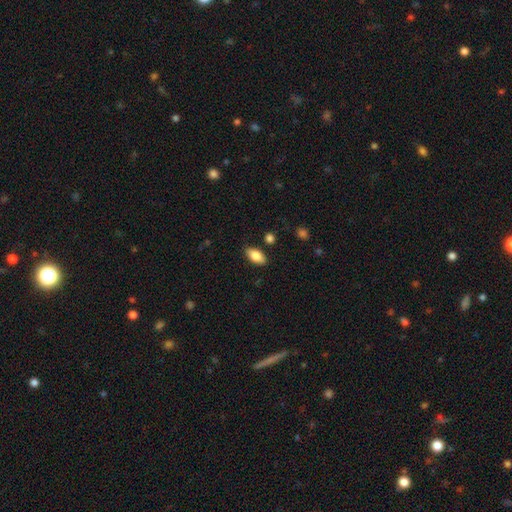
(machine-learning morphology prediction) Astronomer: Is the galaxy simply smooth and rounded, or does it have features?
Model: smooth — 82%.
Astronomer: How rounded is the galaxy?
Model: in between — 91%.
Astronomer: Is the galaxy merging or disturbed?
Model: none — 86%.